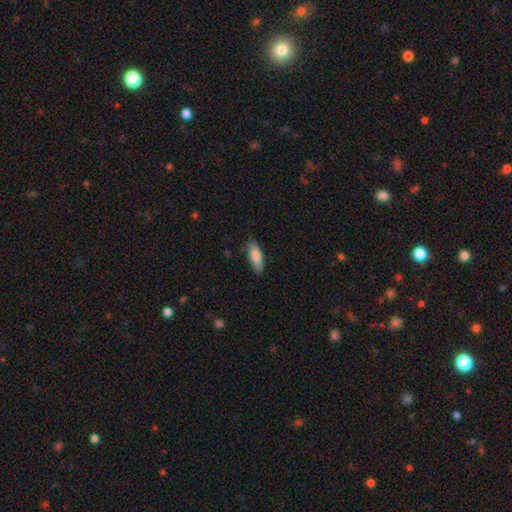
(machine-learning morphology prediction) Q: Smooth or featured?
A: smooth (82%); runner-up: featured or disk (12%)
Q: How rounded?
A: in between (64%); runner-up: cigar-shaped (34%)
Q: Merging?
A: none (81%); runner-up: minor disturbance (15%)